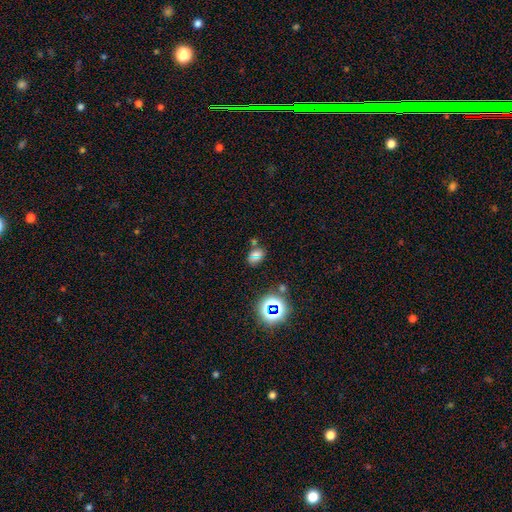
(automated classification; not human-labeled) Smooth or featured?
  - smooth: 57% *
  - star or artifact: 29%
  - featured or disk: 14%
How rounded?
  - in between: 71% *
  - round: 27%
  - cigar-shaped: 2%
Merging?
  - none: 63% *
  - minor disturbance: 16%
  - merger: 14%
  - major disturbance: 6%